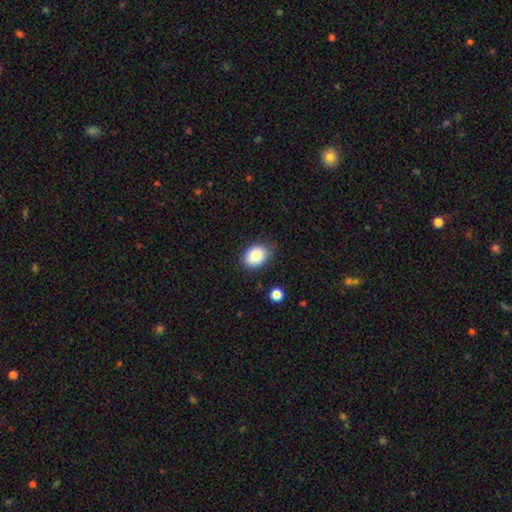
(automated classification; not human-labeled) A smooth galaxy with no disk features (87%) that is in between round and cigar-shaped (73%).

Vote fractions:
- Smooth or featured? smooth: 87% / star or artifact: 8% / featured or disk: 5%
- How rounded? in between: 73% / round: 26% / cigar-shaped: 1%
- Merging? none: 81% / minor disturbance: 14% / major disturbance: 3% / merger: 2%